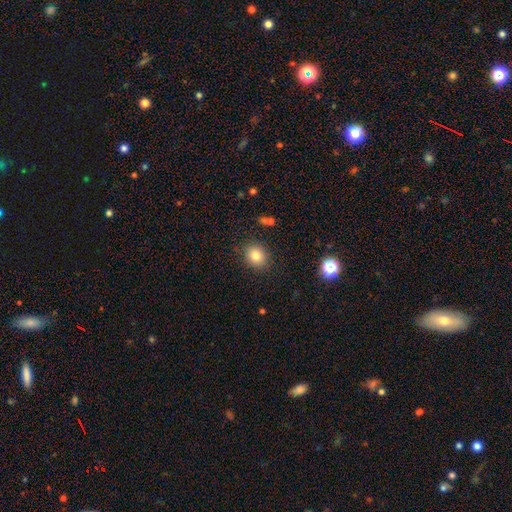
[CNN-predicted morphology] smooth_or_featured: smooth (p=0.81) [alt: star or artifact p=0.11]
how_rounded: round (p=0.70) [alt: in between p=0.29]
merging: none (p=0.86) [alt: minor disturbance p=0.10]